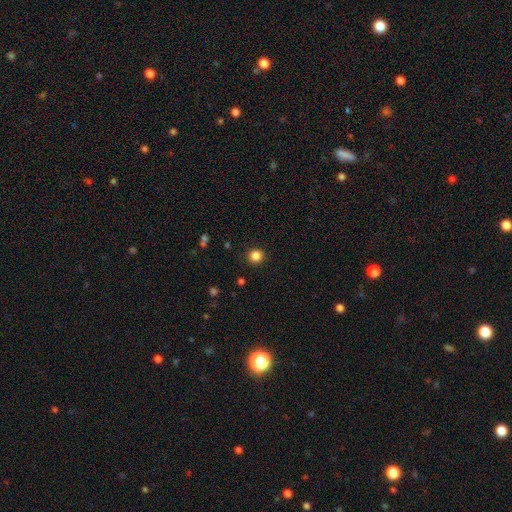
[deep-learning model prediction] Overall: smooth (85%). How rounded: round (93%). Merging: none (92%).